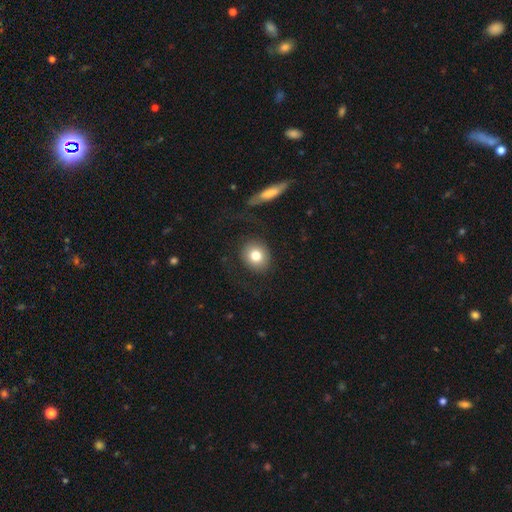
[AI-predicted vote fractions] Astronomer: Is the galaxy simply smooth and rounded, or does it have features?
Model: smooth — 79%.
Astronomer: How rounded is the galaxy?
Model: round — 75%.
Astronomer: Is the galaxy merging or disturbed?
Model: none — 82%.